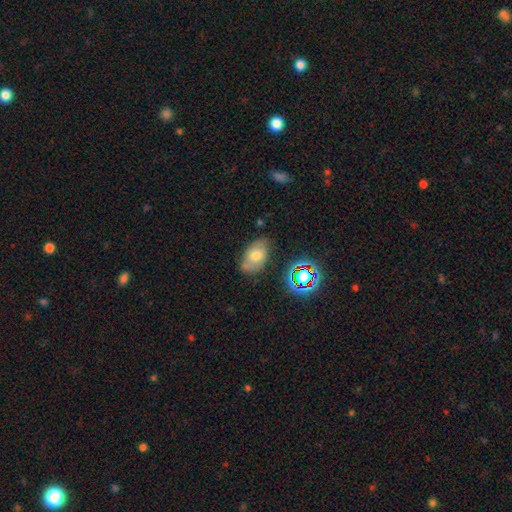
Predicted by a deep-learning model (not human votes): Smooth or featured?
  - smooth: 62% *
  - featured or disk: 24%
  - star or artifact: 14%
How rounded?
  - in between: 90% *
  - round: 9%
  - cigar-shaped: 2%
Merging?
  - none: 70% *
  - minor disturbance: 21%
  - major disturbance: 5%
  - merger: 4%